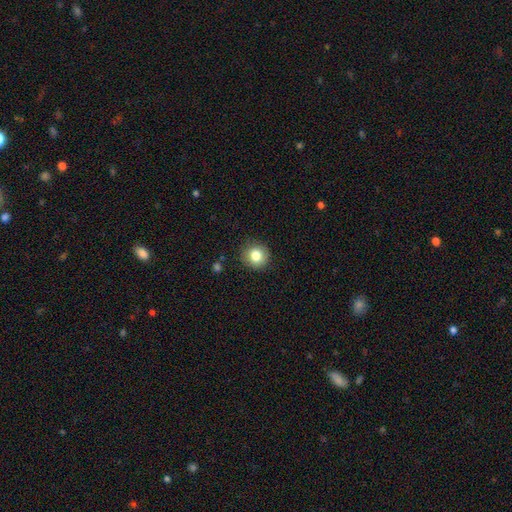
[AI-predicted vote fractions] A smooth galaxy with no disk features (82%) that is round (91%).

Vote fractions:
- Smooth or featured? smooth: 82% / star or artifact: 10% / featured or disk: 8%
- How rounded? round: 91% / in between: 8% / cigar-shaped: 1%
- Merging? none: 88% / minor disturbance: 8% / major disturbance: 2% / merger: 1%